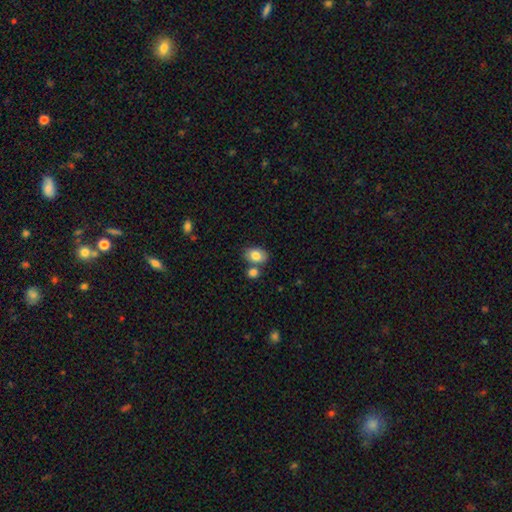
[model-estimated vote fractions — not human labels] Overall: smooth (81%). How rounded: in between (78%). Merging: none (62%).